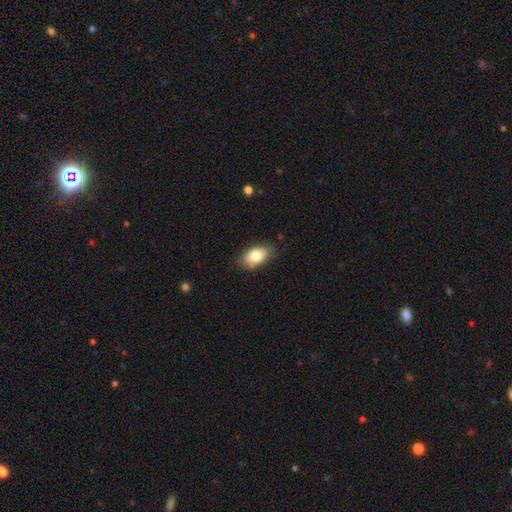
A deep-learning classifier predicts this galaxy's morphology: A smooth galaxy with no disk features (80%) that is in between round and cigar-shaped (91%).

Vote fractions:
- Smooth or featured? smooth: 80% / featured or disk: 13% / star or artifact: 7%
- How rounded? in between: 91% / round: 6% / cigar-shaped: 3%
- Merging? none: 77% / minor disturbance: 18% / major disturbance: 3% / merger: 2%